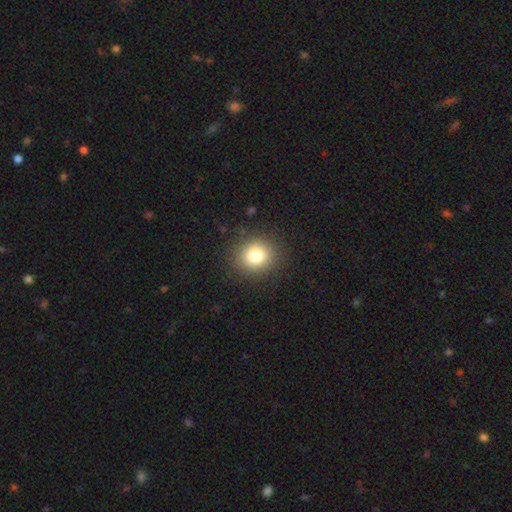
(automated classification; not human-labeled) A smooth galaxy with no disk features (80%) that is round (81%).

Vote fractions:
- Smooth or featured? smooth: 80% / star or artifact: 12% / featured or disk: 8%
- How rounded? round: 81% / in between: 19% / cigar-shaped: 1%
- Merging? none: 88% / minor disturbance: 8% / major disturbance: 3% / merger: 1%